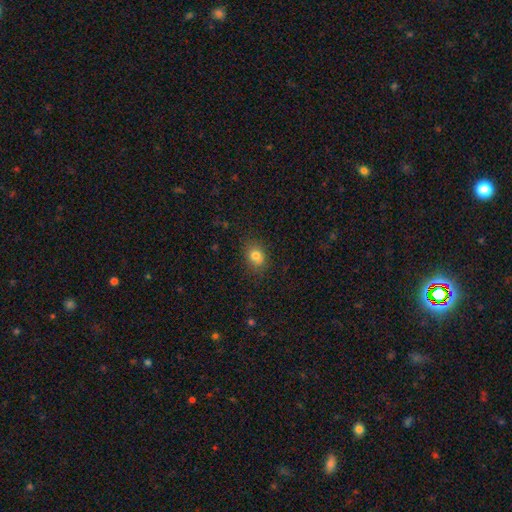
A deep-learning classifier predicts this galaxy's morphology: Smooth or featured? smooth (79%)
How rounded? round (52%)
Merging? none (75%)